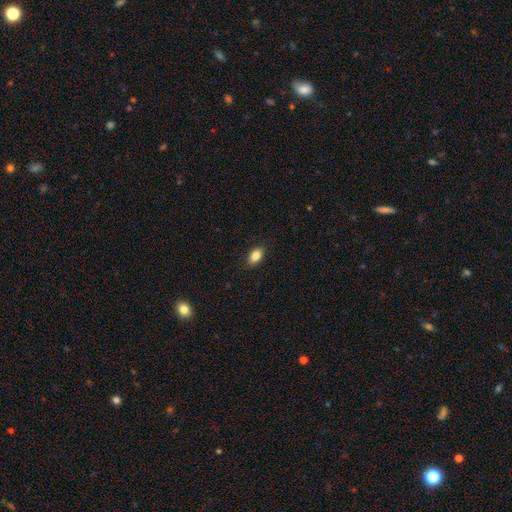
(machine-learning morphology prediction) This is clearly a smooth galaxy (84%). How rounded: clearly in between (89%). Merging: clearly none (88%).